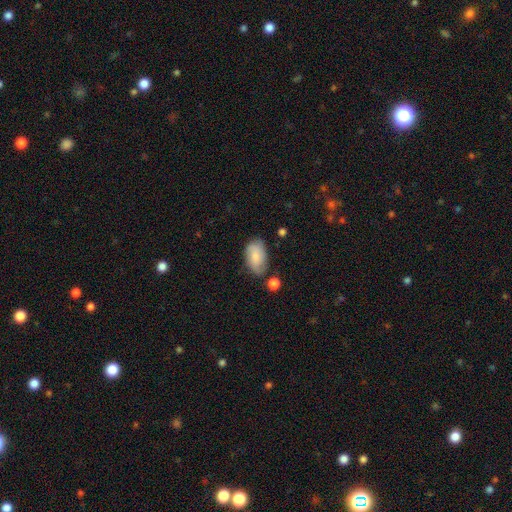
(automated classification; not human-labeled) Smooth or featured?
  - smooth: 70% *
  - featured or disk: 22%
  - star or artifact: 8%
How rounded?
  - in between: 92% *
  - round: 6%
  - cigar-shaped: 2%
Merging?
  - none: 65% *
  - minor disturbance: 23%
  - major disturbance: 6%
  - merger: 6%